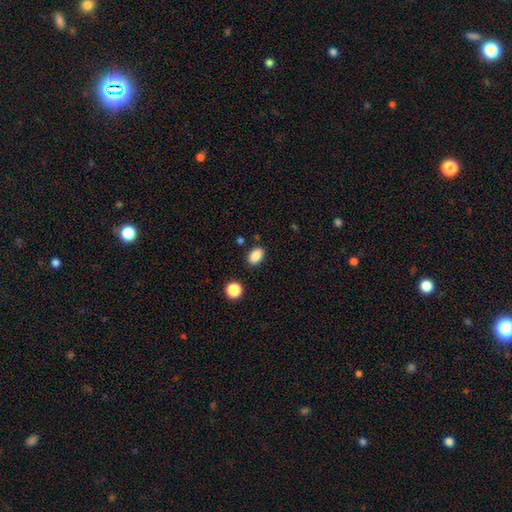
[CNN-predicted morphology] This appears to be a smooth galaxy with no disk features (87%) that is in between round and cigar-shaped (83%). Merging: none (86%).